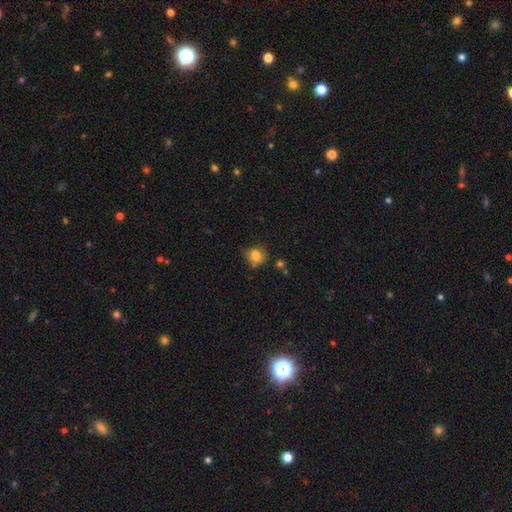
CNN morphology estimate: This appears to be a smooth galaxy with no disk features (78%) that is round (66%). Merging: none (54%).